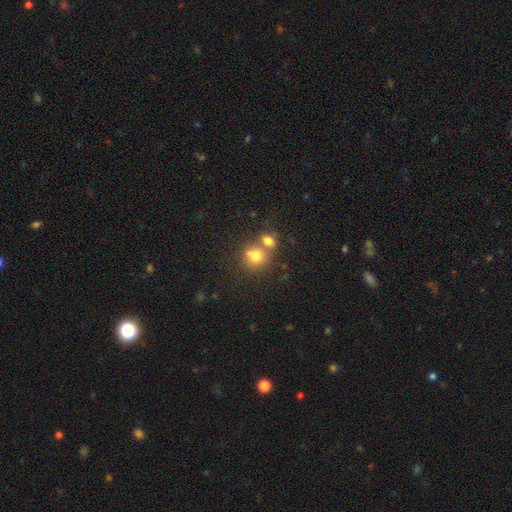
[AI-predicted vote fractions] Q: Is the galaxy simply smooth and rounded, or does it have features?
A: smooth — 74%.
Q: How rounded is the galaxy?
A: round — 80%.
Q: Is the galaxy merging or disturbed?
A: merger — 48%.